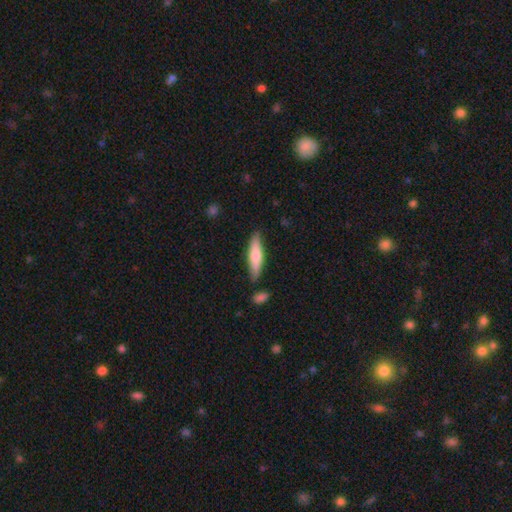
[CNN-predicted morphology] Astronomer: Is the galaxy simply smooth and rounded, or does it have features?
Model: smooth — 65%.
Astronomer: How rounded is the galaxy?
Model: cigar-shaped — 74%.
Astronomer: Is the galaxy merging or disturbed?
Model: none — 82%.